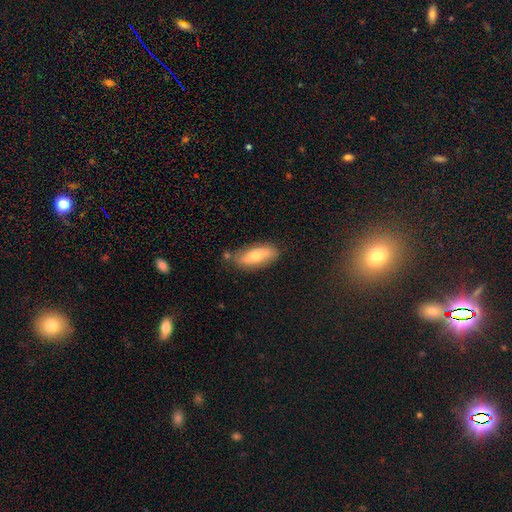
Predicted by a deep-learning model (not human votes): Smooth or featured?
  - smooth: 61% *
  - featured or disk: 33%
  - star or artifact: 7%
How rounded?
  - in between: 72% *
  - cigar-shaped: 25%
  - round: 3%
Merging?
  - none: 75% *
  - minor disturbance: 16%
  - merger: 5%
  - major disturbance: 4%